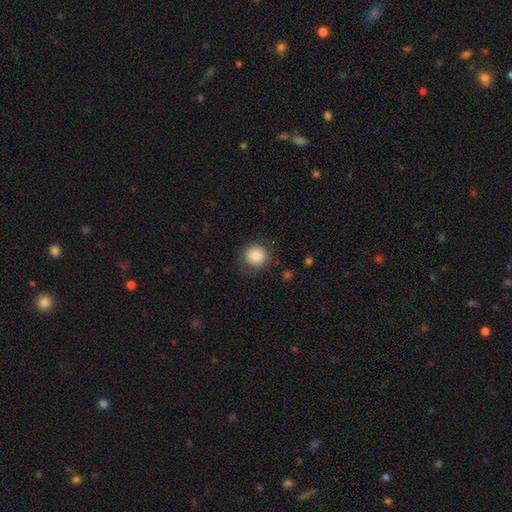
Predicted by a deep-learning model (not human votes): Morphology: type=smooth (83%); roundness=round (88%); merging=none (80%).